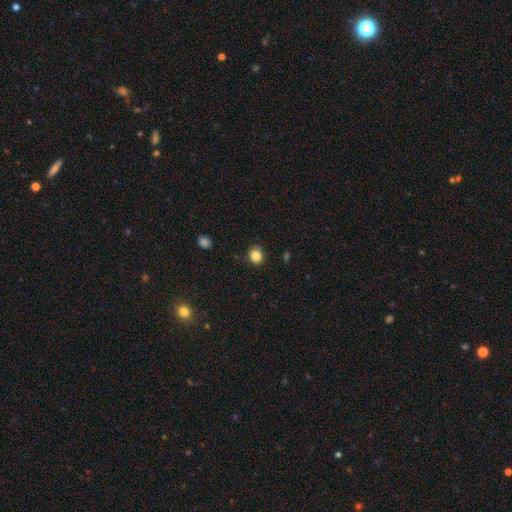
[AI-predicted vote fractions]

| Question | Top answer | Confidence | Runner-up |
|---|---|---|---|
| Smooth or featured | smooth | 84% | star or artifact (11%) |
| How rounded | round | 81% | in between (18%) |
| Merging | none | 85% | minor disturbance (11%) |